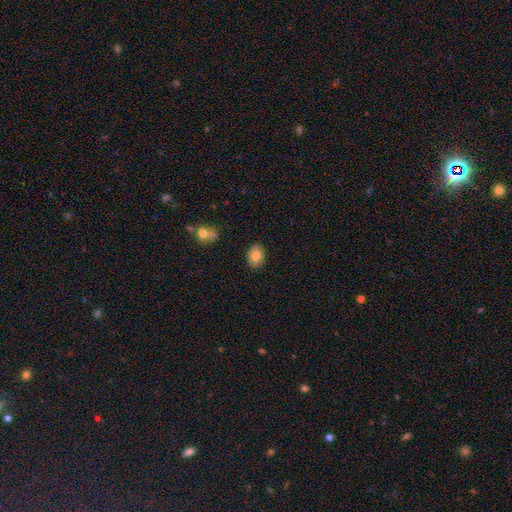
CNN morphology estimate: Smooth or featured? Predicted: smooth (p=0.82). How rounded? Predicted: in between (p=0.70). Merging? Predicted: none (p=0.85).